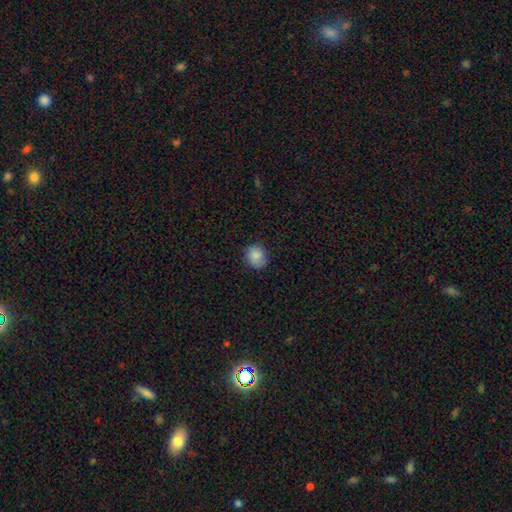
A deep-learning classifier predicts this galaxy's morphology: type=smooth (82%); roundness=round (78%); merging=none (78%).